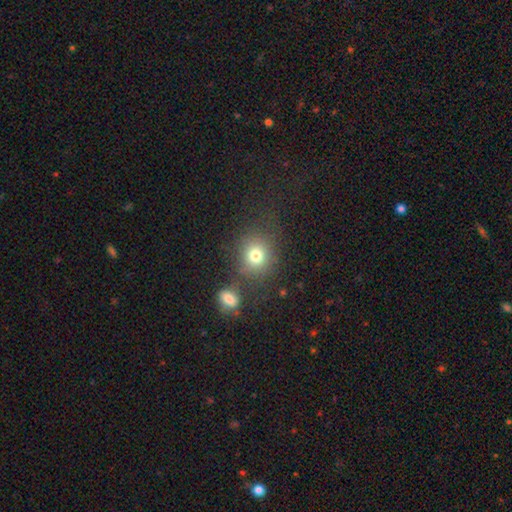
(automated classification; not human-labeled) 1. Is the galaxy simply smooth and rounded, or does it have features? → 77% smooth, 13% star or artifact, 10% featured or disk.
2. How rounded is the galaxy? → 79% round, 20% in between, 1% cigar-shaped.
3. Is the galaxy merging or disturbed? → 68% none, 13% merger, 12% minor disturbance, 7% major disturbance.